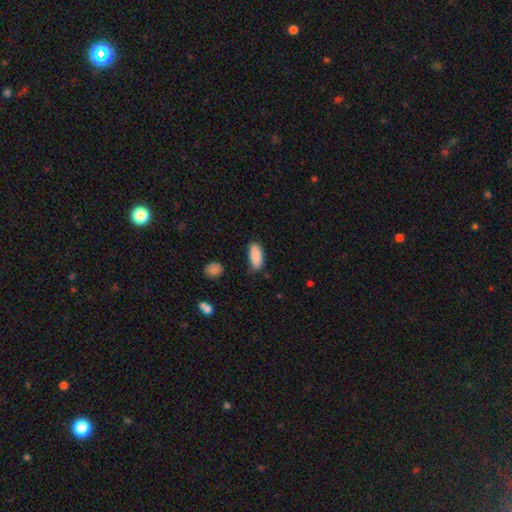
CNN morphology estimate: Smooth or featured? smooth (89%)
How rounded? in between (82%)
Merging? none (77%)